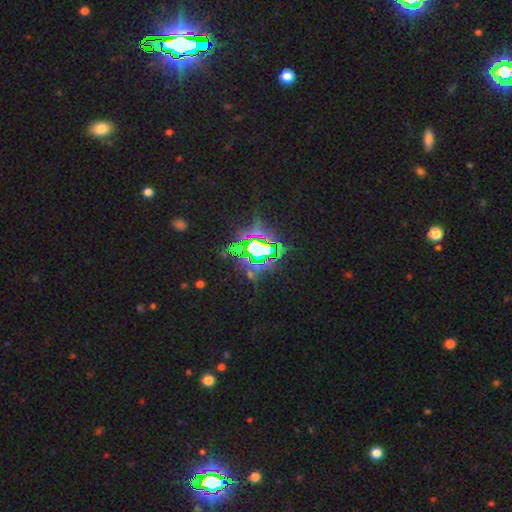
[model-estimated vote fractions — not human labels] Smooth or featured: star or artifact — 80% (smooth — 11%)